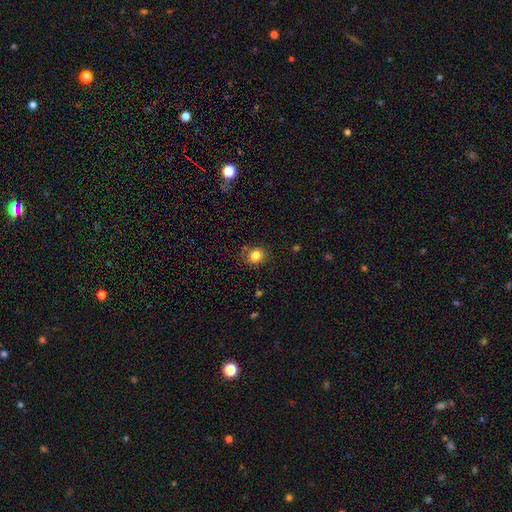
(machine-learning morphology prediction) A smooth galaxy with no disk features (82%) that is round (77%). Merging: none (81%).